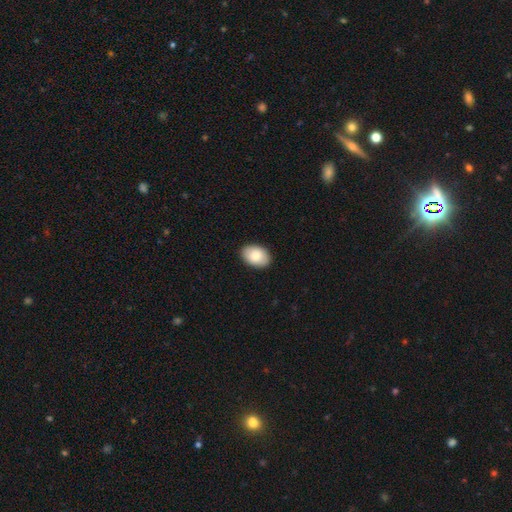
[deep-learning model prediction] Smooth or featured? Predicted: smooth (p=0.84). How rounded? Predicted: in between (p=0.87). Merging? Predicted: none (p=0.90).